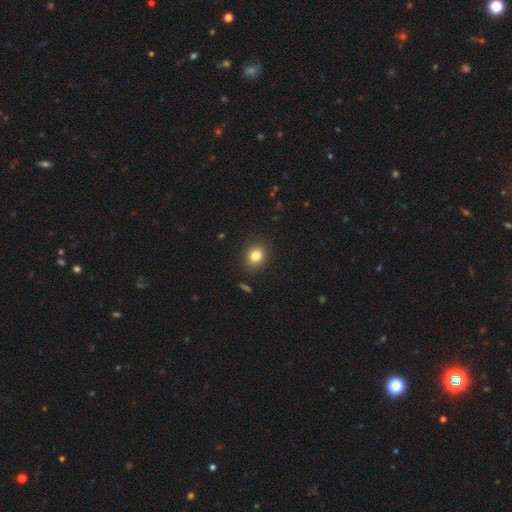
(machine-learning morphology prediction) Smooth or featured? smooth (81%)
How rounded? round (68%)
Merging? none (89%)